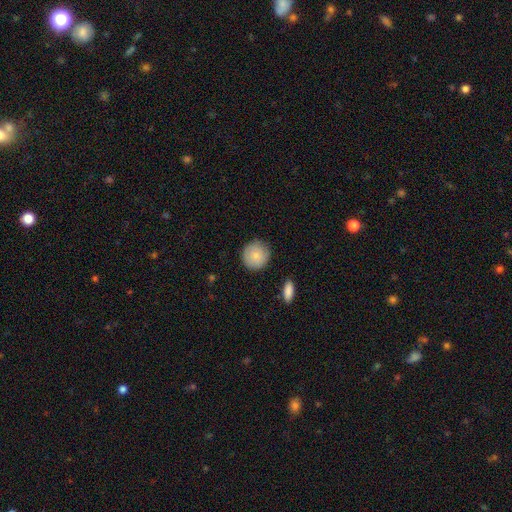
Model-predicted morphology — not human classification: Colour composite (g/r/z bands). It shows a smooth galaxy with no disk features (84%) that is round (91%). Merging: none (84%).